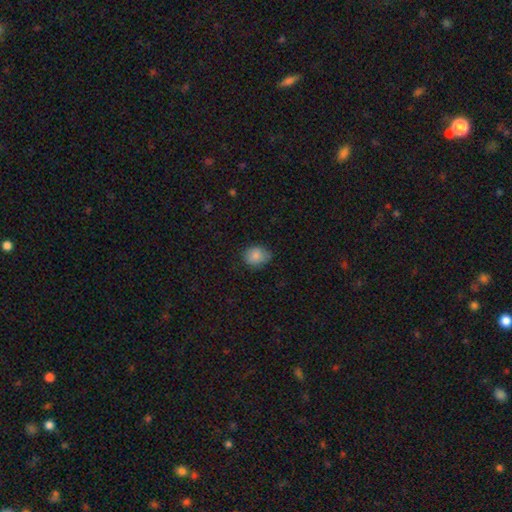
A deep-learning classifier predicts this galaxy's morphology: Smooth or featured: smooth — 86% (star or artifact — 8%)
How rounded: in between — 52% (round — 47%)
Merging: none — 71% (minor disturbance — 23%)